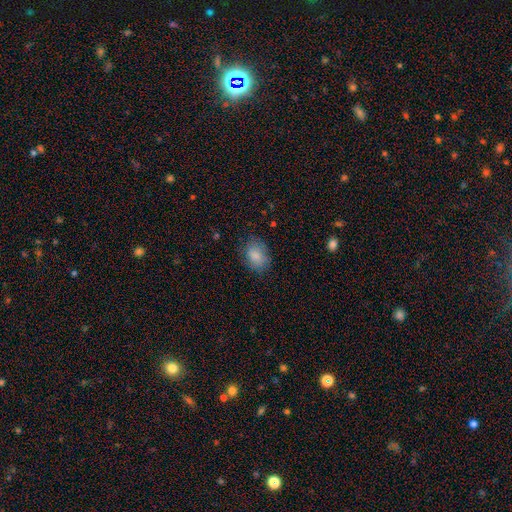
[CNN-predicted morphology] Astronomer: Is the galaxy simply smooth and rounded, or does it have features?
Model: smooth — 84%.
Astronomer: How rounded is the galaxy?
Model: in between — 74%.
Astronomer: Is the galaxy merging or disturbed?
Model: none — 77%.